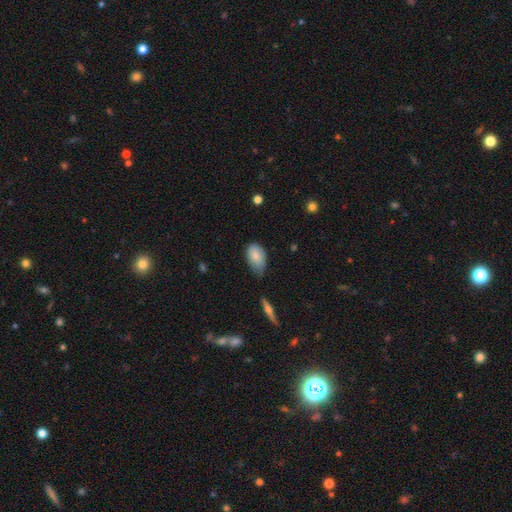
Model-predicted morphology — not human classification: This is clearly a smooth galaxy (82%). How rounded: clearly in between (91%). Merging: possibly none (47%).